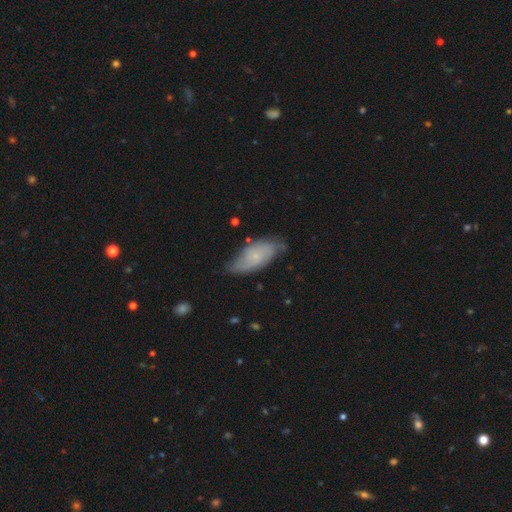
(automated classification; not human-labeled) This is possibly a featured or disk galaxy (55%). It is clearly not viewed edge-on (91%). Merging: likely none (65%).